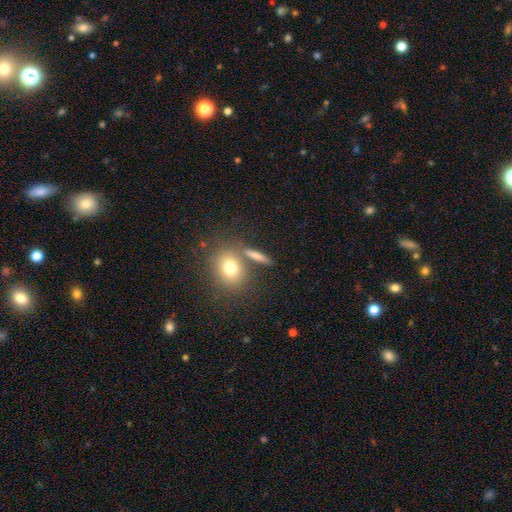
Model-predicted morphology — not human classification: Q: Smooth or featured?
A: smooth (72%); runner-up: featured or disk (17%)
Q: How rounded?
A: cigar-shaped (39%); runner-up: round (31%)
Q: Merging?
A: none (75%); runner-up: merger (11%)